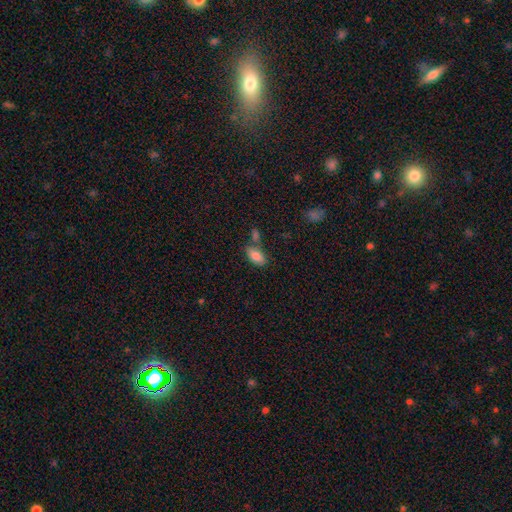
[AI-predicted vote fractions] Overall: smooth (85%). How rounded: in between (92%). Merging: none (58%; merger 23%).